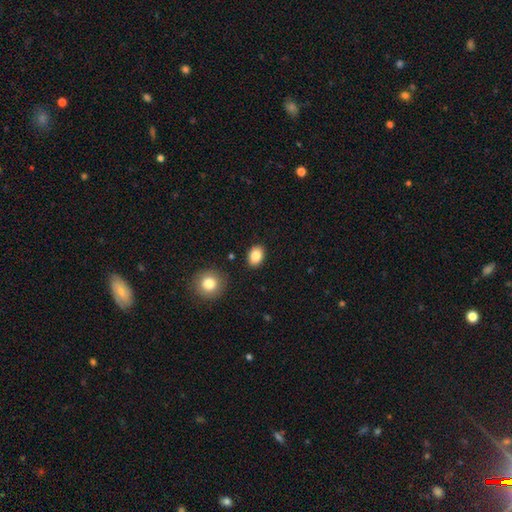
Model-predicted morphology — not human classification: smooth-or-featured: smooth: 84% | star or artifact: 8% | featured or disk: 7%
  how-rounded: in between: 74% | round: 25% | cigar-shaped: 1%
  merging: none: 87% | minor disturbance: 8% | merger: 2% | major disturbance: 2%